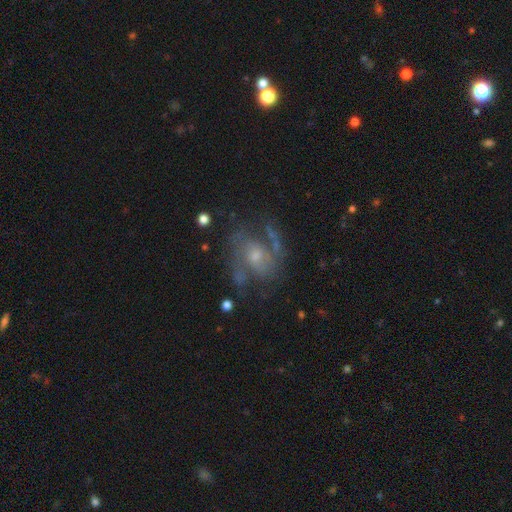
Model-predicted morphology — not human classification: A featured or disk galaxy (78%) with no bar (58%), 2 (69%) medium (52%) spiral arms (88%) and a small central bulge (46%).

Vote fractions:
- Smooth or featured? featured or disk: 78% / smooth: 12% / star or artifact: 10%
- Edge-on disk? no: 97% / yes: 3%
- Bar? no: 58% / weak: 35% / strong: 7%
- Spiral arms? yes: 88% / no: 12%
- Spiral winding? medium: 52% / loose: 28% / tight: 21%
- Spiral arm count? 2: 69% / can't tell: 14% / 3: 6% / 1: 6% / 4: 2% / more than 4: 2%
- Bulge size? small: 46% / moderate: 44% / none: 5% / large: 4% / dominant: 1%
- Merging? none: 60% / minor disturbance: 19% / major disturbance: 17% / merger: 4%